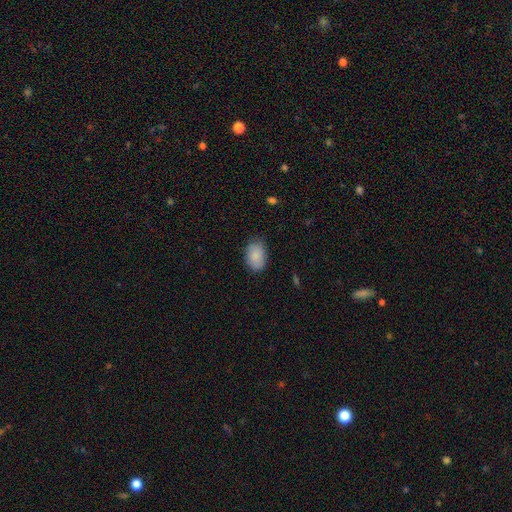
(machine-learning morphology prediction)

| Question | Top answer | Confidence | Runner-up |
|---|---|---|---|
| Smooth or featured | smooth | 88% | star or artifact (7%) |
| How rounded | in between | 85% | round (14%) |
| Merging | none | 76% | minor disturbance (19%) |